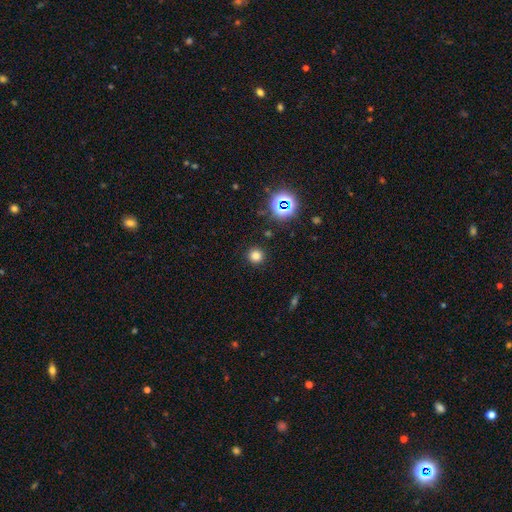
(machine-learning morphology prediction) smooth 76%, star or artifact 19%, featured or disk 5%. Down the decision tree: how rounded — round (94%); merging — none (90%).